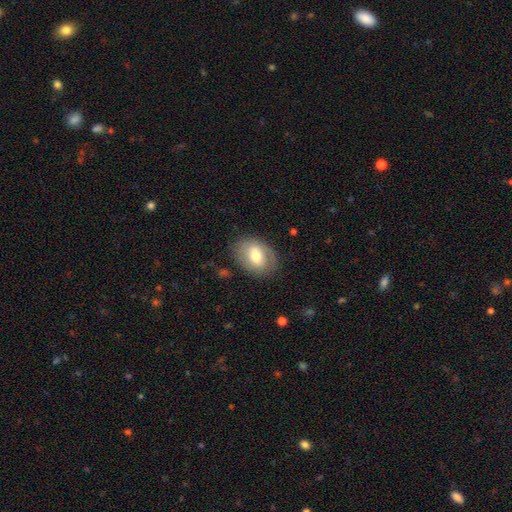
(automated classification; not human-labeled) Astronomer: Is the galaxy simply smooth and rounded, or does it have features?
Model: smooth — 57% (runner-up: featured or disk, 36%).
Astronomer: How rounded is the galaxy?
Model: in between — 75%.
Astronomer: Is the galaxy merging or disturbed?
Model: none — 78%.